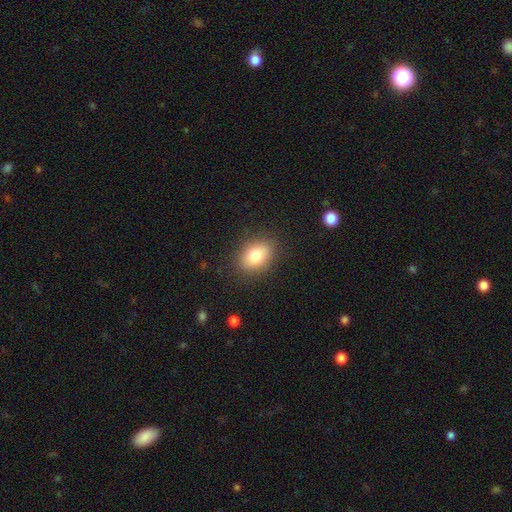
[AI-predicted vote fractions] Overall: smooth (80%). How rounded: in between (74%). Merging: none (86%).